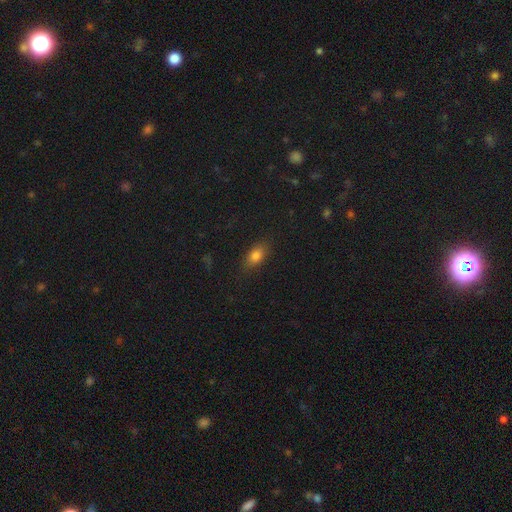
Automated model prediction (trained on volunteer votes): Smooth or featured? Predicted: smooth (p=0.80). How rounded? Predicted: in between (p=0.83). Merging? Predicted: none (p=0.83).